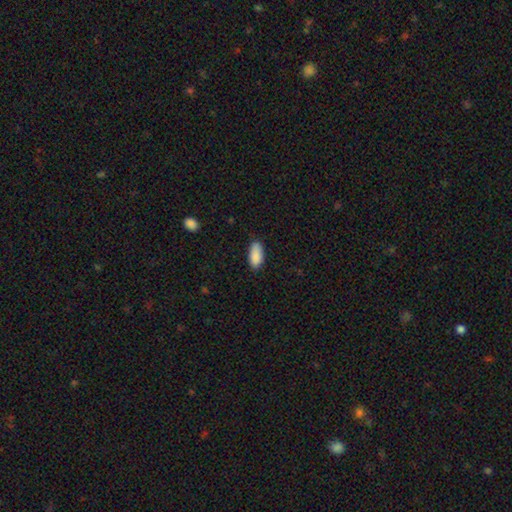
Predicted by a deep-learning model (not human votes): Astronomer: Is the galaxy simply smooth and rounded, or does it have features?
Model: smooth — 90%.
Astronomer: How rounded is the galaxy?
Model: in between — 90%.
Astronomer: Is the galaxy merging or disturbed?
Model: none — 80%.